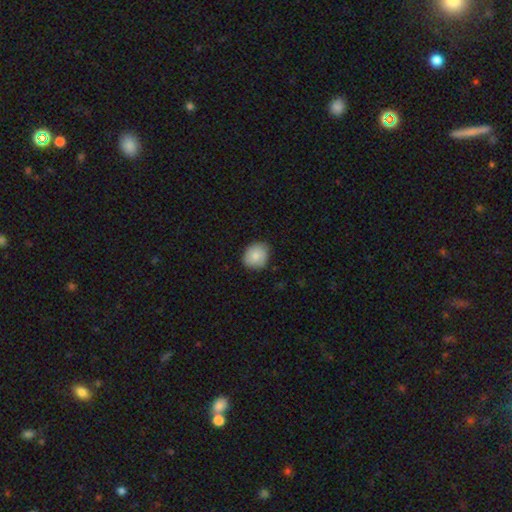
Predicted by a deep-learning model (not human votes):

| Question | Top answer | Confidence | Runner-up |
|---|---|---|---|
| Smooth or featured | smooth | 82% | featured or disk (11%) |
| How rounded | round | 72% | in between (27%) |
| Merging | none | 78% | minor disturbance (18%) |